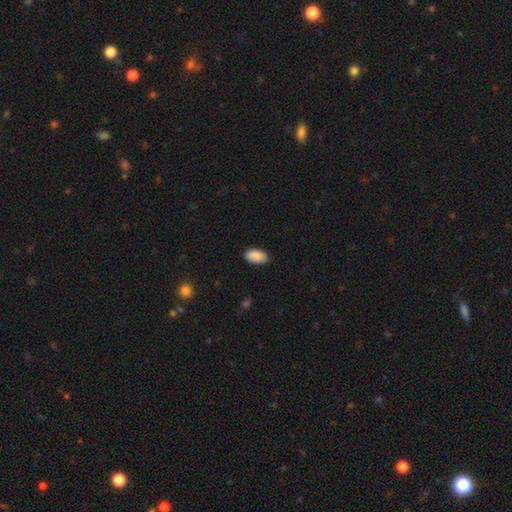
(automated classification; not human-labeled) smooth_or_featured: smooth (p=0.90) [alt: star or artifact p=0.06]
how_rounded: in between (p=0.95) [alt: round p=0.03]
merging: none (p=0.86) [alt: minor disturbance p=0.11]